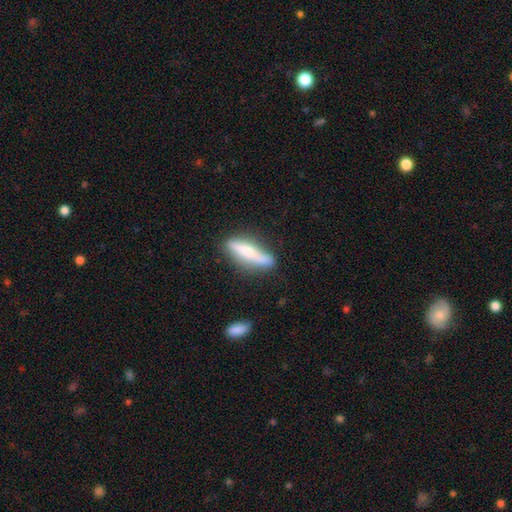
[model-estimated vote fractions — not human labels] A featured or disk galaxy (47%).

Vote fractions:
- Smooth or featured? featured or disk: 47% / smooth: 46% / star or artifact: 6%
- Merging? none: 75% / minor disturbance: 17% / major disturbance: 5% / merger: 4%